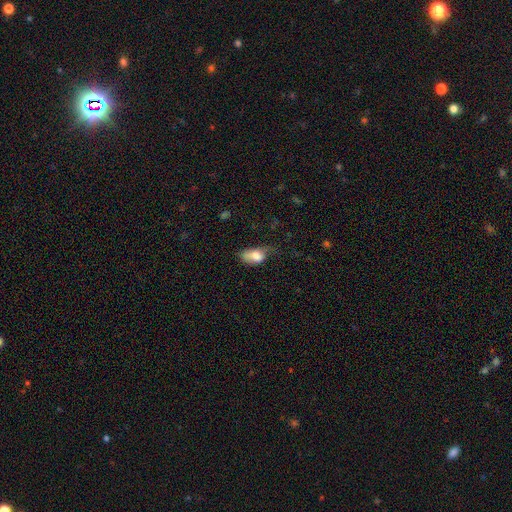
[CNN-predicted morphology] type=smooth (77%); roundness=in between (89%); merging=minor disturbance (39%).